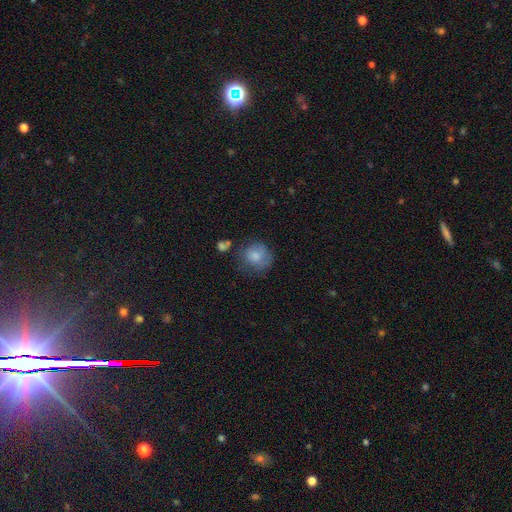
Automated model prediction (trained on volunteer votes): Morphology: type=smooth (74%); roundness=round (80%); merging=none (54%).